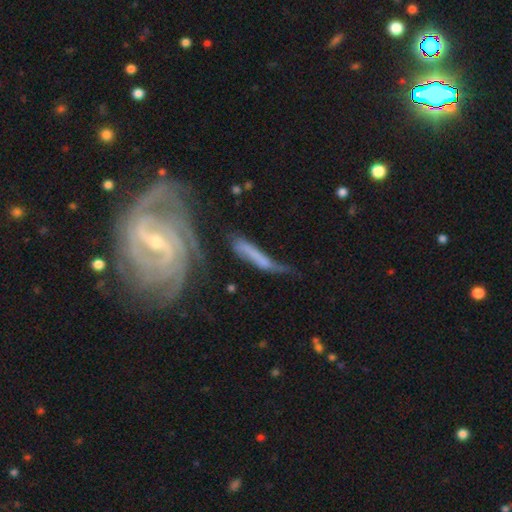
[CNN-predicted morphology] Smooth or featured?
  - featured or disk: 64% *
  - smooth: 27%
  - star or artifact: 9%
Edge-on disk?
  - no: 66% *
  - yes: 34%
Merging?
  - none: 45% *
  - minor disturbance: 23%
  - major disturbance: 19%
  - merger: 13%